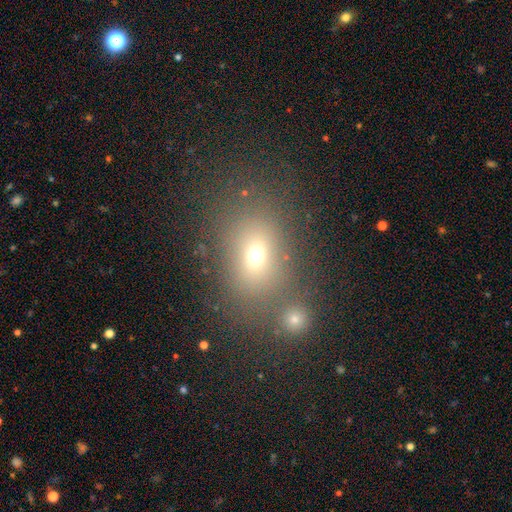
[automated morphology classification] Smooth or featured?
  - smooth: 66% *
  - star or artifact: 20%
  - featured or disk: 14%
How rounded?
  - in between: 60% *
  - round: 38%
  - cigar-shaped: 2%
Merging?
  - none: 64% *
  - merger: 19%
  - minor disturbance: 11%
  - major disturbance: 6%